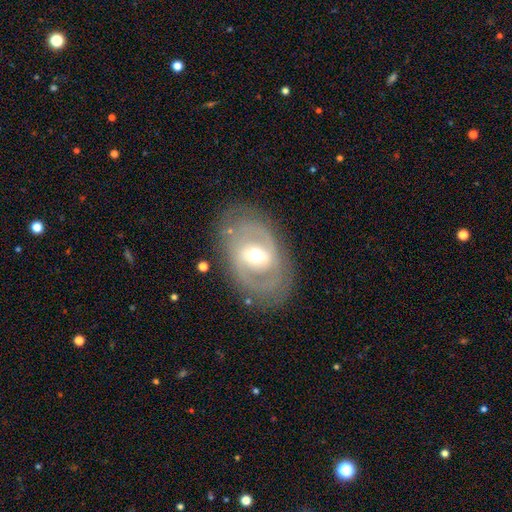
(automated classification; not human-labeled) smooth-or-featured: featured or disk: 73% | smooth: 21% | star or artifact: 6%
  disk-edge-on: no: 93% | yes: 7%
    bar: weak: 42% | no: 30% | strong: 27%
    has-spiral-arms: yes: 59% | no: 41%
    bulge-size: moderate: 68% | small: 20% | large: 10% | dominant: 1% | none: 1%
  merging: none: 77% | minor disturbance: 14% | major disturbance: 7% | merger: 2%